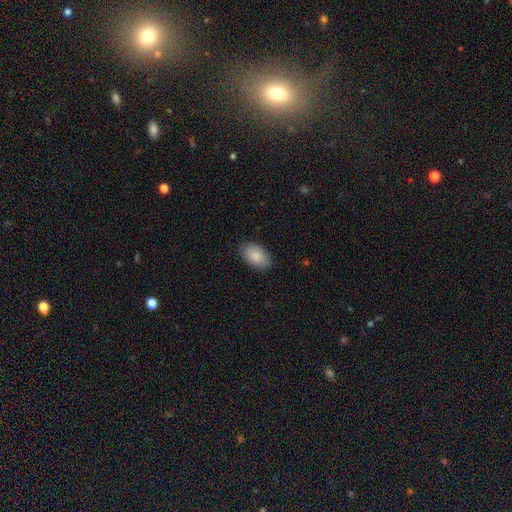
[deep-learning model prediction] Smooth or featured: smooth — 87% (featured or disk — 7%)
How rounded: in between — 94% (round — 5%)
Merging: none — 87% (minor disturbance — 10%)